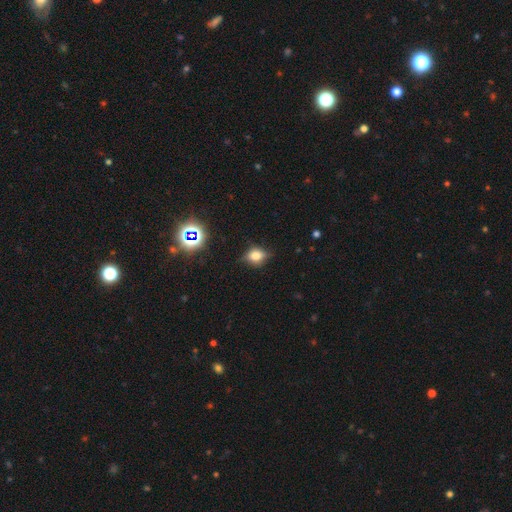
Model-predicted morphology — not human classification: Smooth or featured? Predicted: smooth (p=0.67). How rounded? Predicted: in between (p=0.50). Merging? Predicted: none (p=0.72).